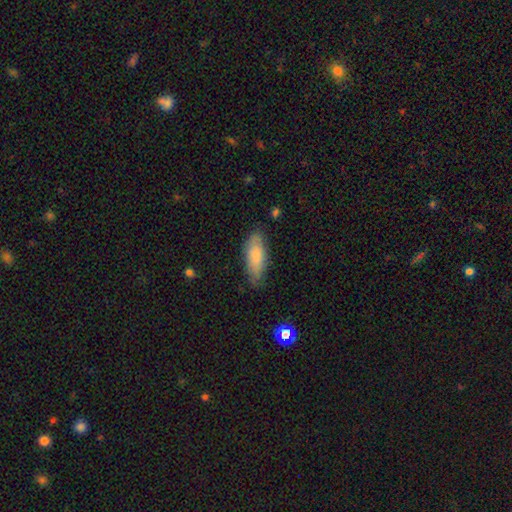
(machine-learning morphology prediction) The model was most divided on "merging": none: 73%, minor disturbance: 22%, major disturbance: 4%, merger: 2%. More confident: smooth or featured — smooth (78%); how rounded — in between (76%).